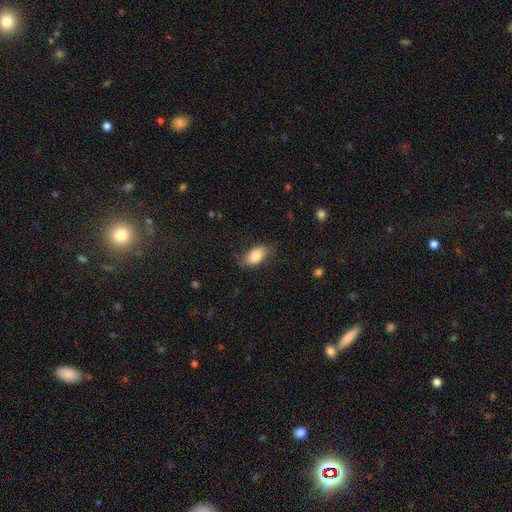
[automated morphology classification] smooth_or_featured: smooth (p=0.82) [alt: featured or disk p=0.11]
how_rounded: in between (p=0.91) [alt: round p=0.05]
merging: none (p=0.79) [alt: minor disturbance p=0.16]